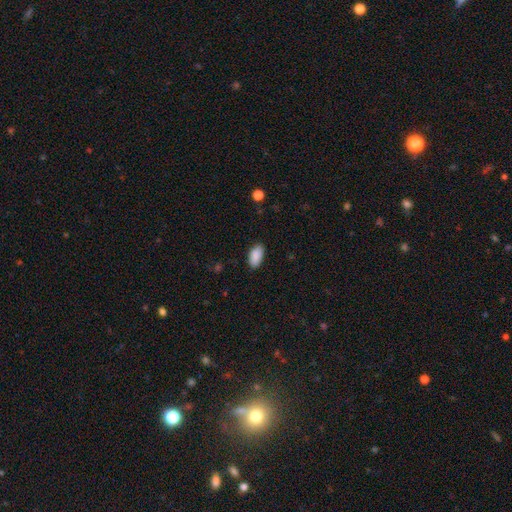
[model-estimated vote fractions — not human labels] Overall: smooth (90%). How rounded: in between (94%). Merging: none (87%).